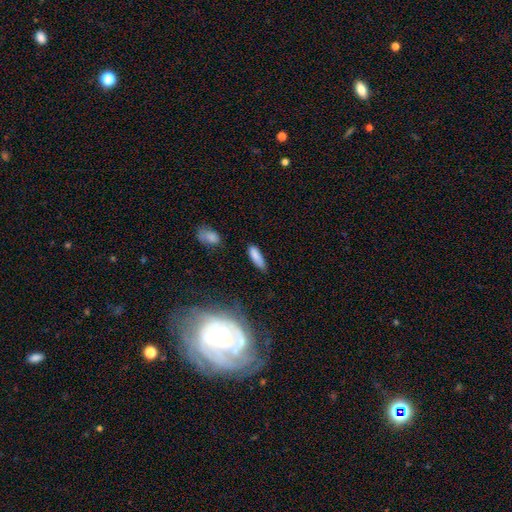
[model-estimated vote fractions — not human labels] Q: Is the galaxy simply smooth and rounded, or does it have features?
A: smooth — 84%.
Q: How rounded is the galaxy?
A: cigar-shaped — 54%.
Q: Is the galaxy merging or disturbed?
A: none — 72%.